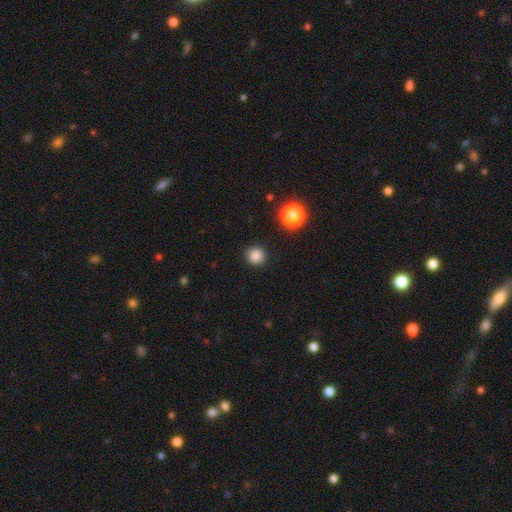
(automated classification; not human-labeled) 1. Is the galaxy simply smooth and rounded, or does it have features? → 84% smooth, 12% star or artifact, 4% featured or disk.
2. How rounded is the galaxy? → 94% round, 6% in between, 1% cigar-shaped.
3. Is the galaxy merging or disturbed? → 91% none, 5% minor disturbance, 2% major disturbance, 1% merger.